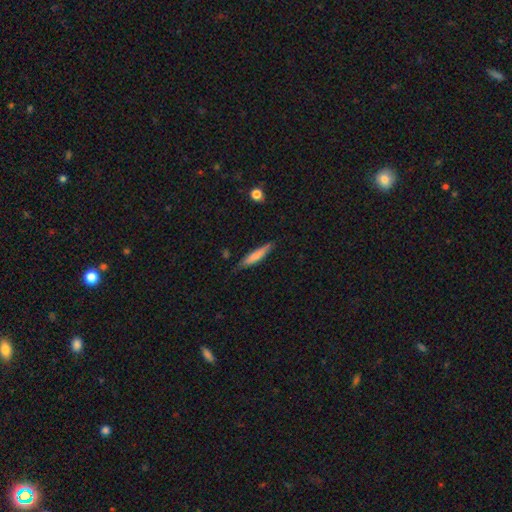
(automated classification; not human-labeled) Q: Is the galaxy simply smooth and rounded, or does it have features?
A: smooth — 73%.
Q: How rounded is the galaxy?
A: cigar-shaped — 88%.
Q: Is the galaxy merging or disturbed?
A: none — 80%.